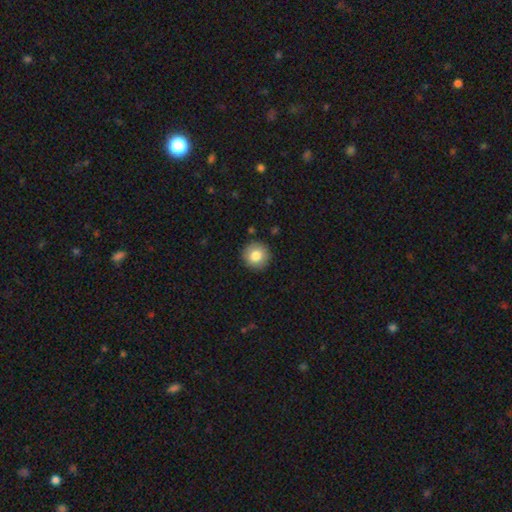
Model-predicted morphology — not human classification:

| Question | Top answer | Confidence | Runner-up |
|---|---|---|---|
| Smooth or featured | smooth | 83% | featured or disk (9%) |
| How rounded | round | 94% | in between (5%) |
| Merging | none | 90% | minor disturbance (7%) |